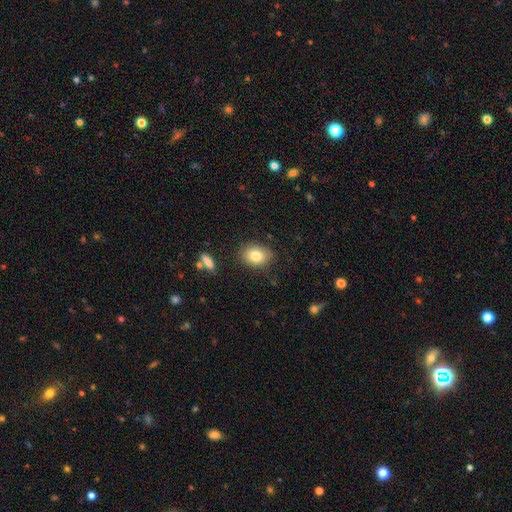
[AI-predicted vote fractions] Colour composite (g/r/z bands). It shows a smooth galaxy with no disk features (82%) that is in between round and cigar-shaped (68%). Merging: none (84%).